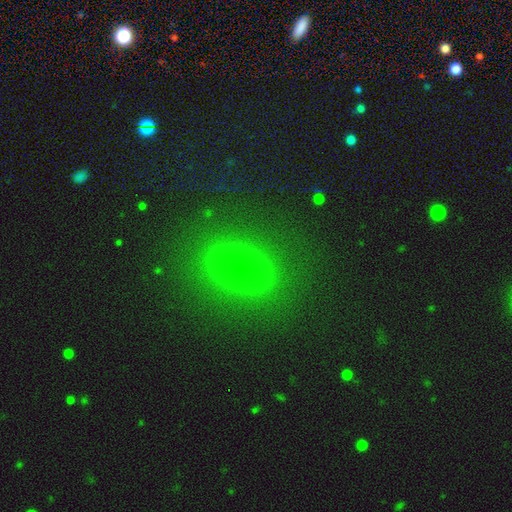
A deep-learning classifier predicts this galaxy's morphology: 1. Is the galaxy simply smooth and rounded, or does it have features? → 57% smooth, 30% star or artifact, 13% featured or disk.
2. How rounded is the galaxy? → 63% in between, 28% round, 8% cigar-shaped.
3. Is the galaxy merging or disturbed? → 87% none, 8% minor disturbance, 4% major disturbance, 1% merger.